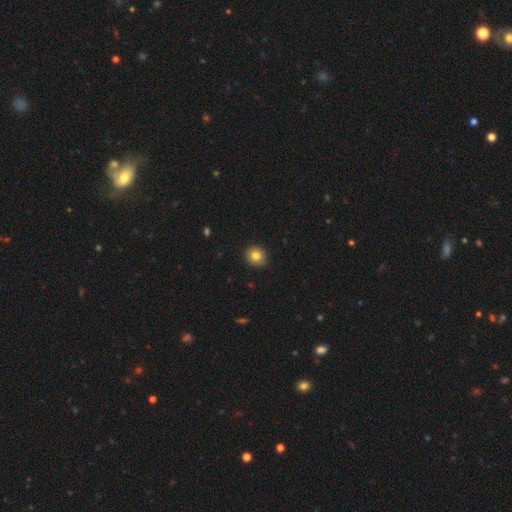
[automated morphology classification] smooth 83%, star or artifact 10%, featured or disk 8%. Down the decision tree: how rounded — round (83%); merging — none (91%).